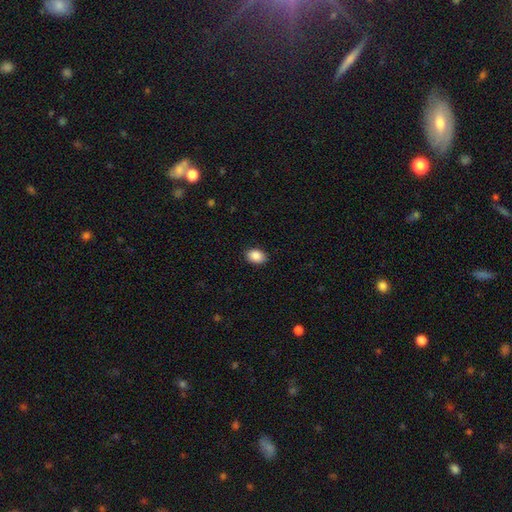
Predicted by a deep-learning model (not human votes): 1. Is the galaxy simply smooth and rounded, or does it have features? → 89% smooth, 8% star or artifact, 3% featured or disk.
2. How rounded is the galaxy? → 79% in between, 20% round, 1% cigar-shaped.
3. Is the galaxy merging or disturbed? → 89% none, 8% minor disturbance, 2% major disturbance, 1% merger.